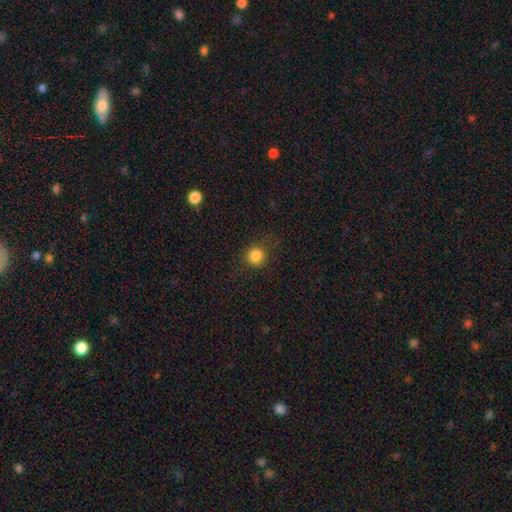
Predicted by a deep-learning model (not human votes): A smooth galaxy with no disk features (84%) that is round (91%).

Vote fractions:
- Smooth or featured? smooth: 84% / star or artifact: 12% / featured or disk: 5%
- How rounded? round: 91% / in between: 8% / cigar-shaped: 1%
- Merging? none: 87% / minor disturbance: 9% / major disturbance: 3% / merger: 1%